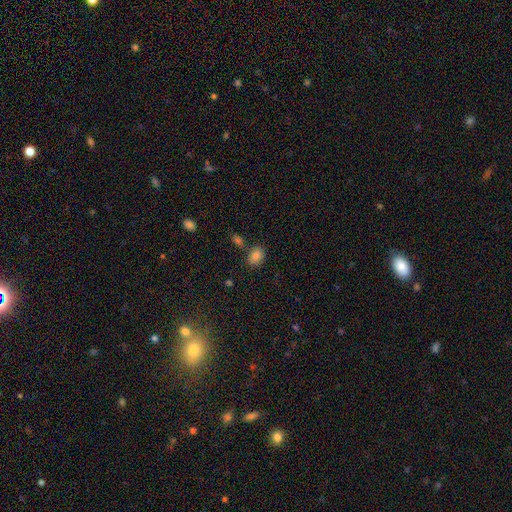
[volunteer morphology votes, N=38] Smooth or featured: smooth — 95% (featured or disk — 5%)
How rounded: round — 58% (in between — 42%)
Merging: none — 74% (merger — 16%)